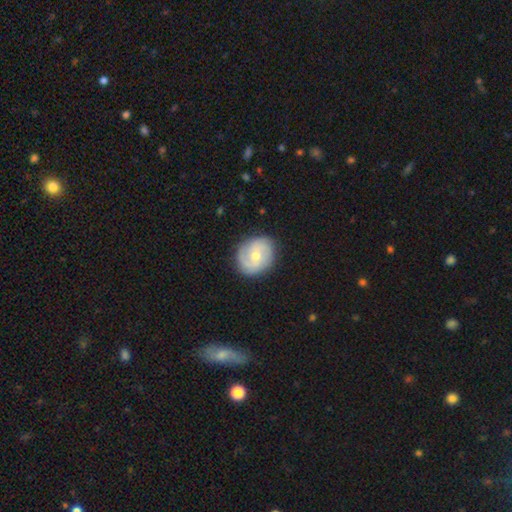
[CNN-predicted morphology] smooth-or-featured: featured or disk: 58% | smooth: 36% | star or artifact: 6%
  disk-edge-on: no: 97% | yes: 3%
    bar: no: 58% | weak: 36% | strong: 6%
    has-spiral-arms: yes: 83% | no: 17%
    bulge-size: moderate: 56% | small: 39% | large: 2% | none: 1% | dominant: 1%
  merging: none: 82% | minor disturbance: 13% | major disturbance: 4% | merger: 1%